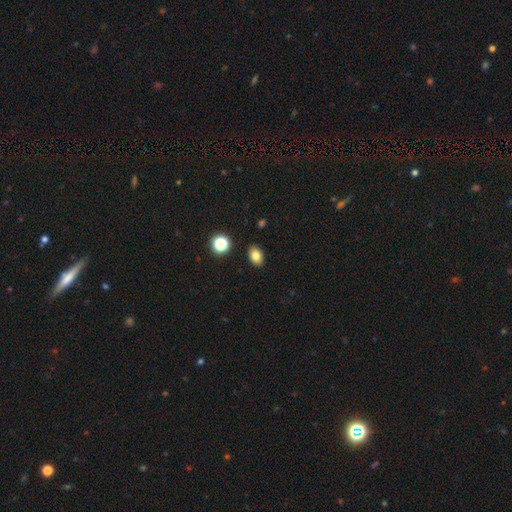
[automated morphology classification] Overall: smooth (82%). How rounded: in between (80%). Merging: none (88%).